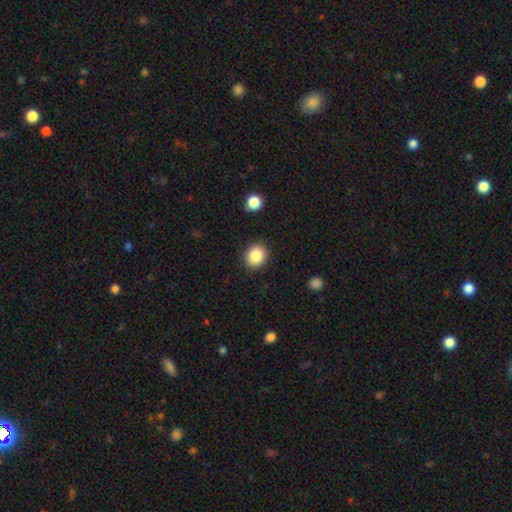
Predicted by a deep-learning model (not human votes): Smooth or featured? Predicted: smooth (p=0.85). How rounded? Predicted: round (p=0.79). Merging? Predicted: none (p=0.89).